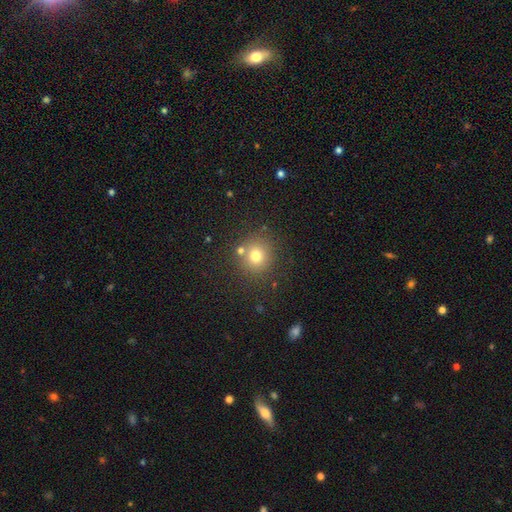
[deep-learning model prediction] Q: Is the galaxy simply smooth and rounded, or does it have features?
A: smooth — 74%.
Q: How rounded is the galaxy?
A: round — 91%.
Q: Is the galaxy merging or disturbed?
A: none — 78%.